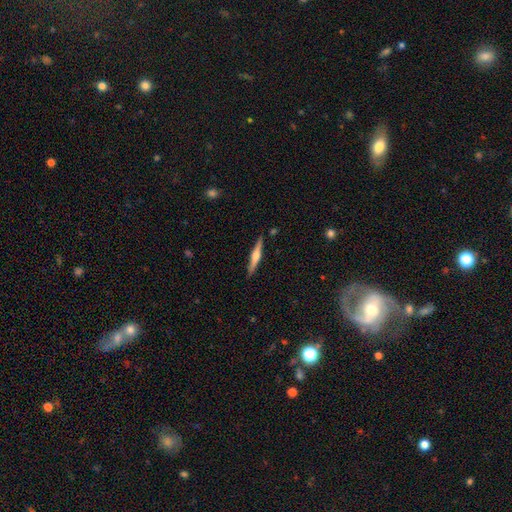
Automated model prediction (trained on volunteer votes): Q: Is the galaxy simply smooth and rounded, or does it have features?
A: featured or disk — 65%.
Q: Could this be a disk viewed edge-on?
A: yes — 98%.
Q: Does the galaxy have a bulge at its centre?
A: rounded — 87%.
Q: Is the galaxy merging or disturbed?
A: none — 89%.